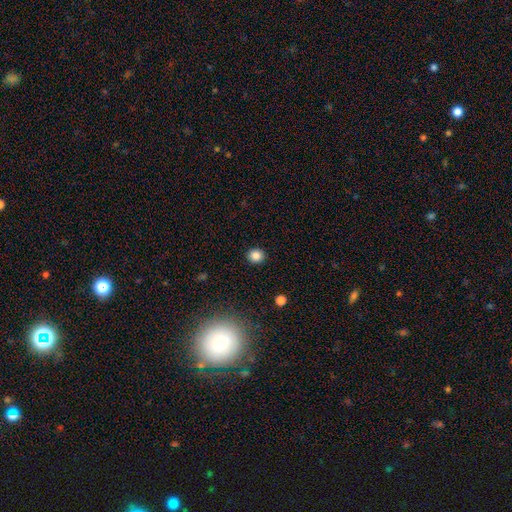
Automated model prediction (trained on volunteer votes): The model was most divided on "how rounded": round: 82%, in between: 17%, cigar-shaped: 1%. More confident: merging — none (91%); smooth or featured — smooth (86%).